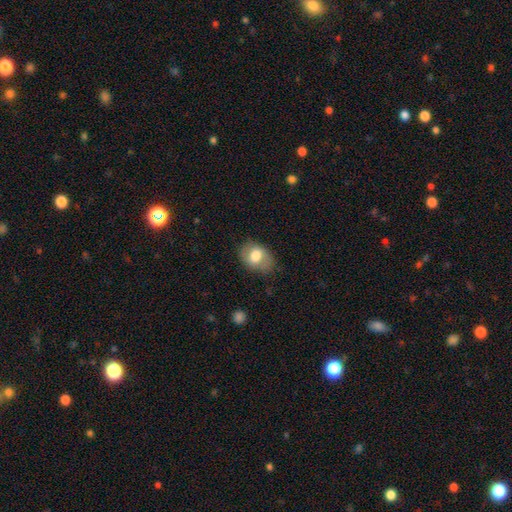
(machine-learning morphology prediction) A smooth galaxy with no disk features (72%) that is in between round and cigar-shaped (77%). Merging: none (73%).